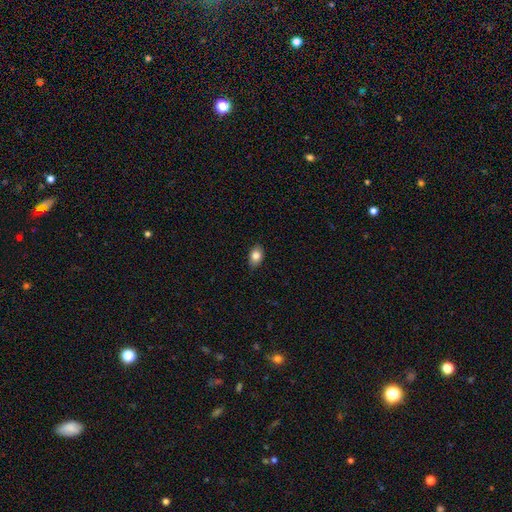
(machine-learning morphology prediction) This is clearly a smooth galaxy (84%). How rounded: clearly in between (84%). Merging: clearly none (84%).